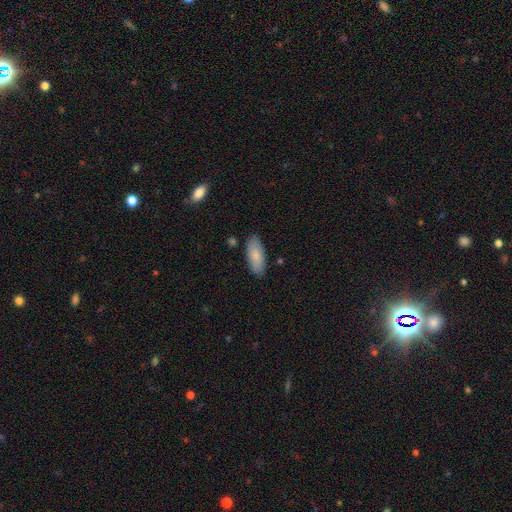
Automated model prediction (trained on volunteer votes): Smooth or featured? smooth (83%)
How rounded? in between (84%)
Merging? none (83%)